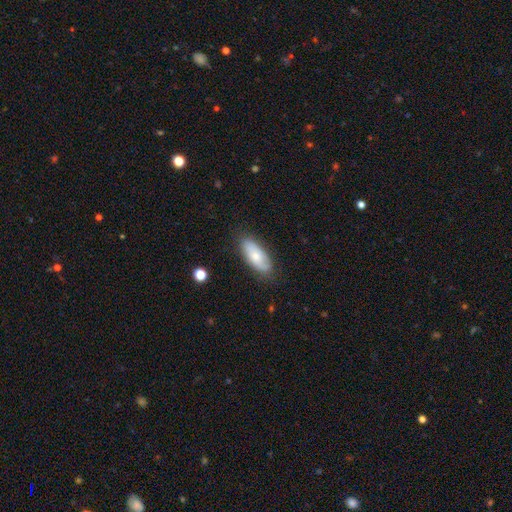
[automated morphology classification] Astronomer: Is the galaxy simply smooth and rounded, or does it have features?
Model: smooth — 66%.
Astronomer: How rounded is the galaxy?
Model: in between — 82%.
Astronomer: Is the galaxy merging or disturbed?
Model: none — 79%.